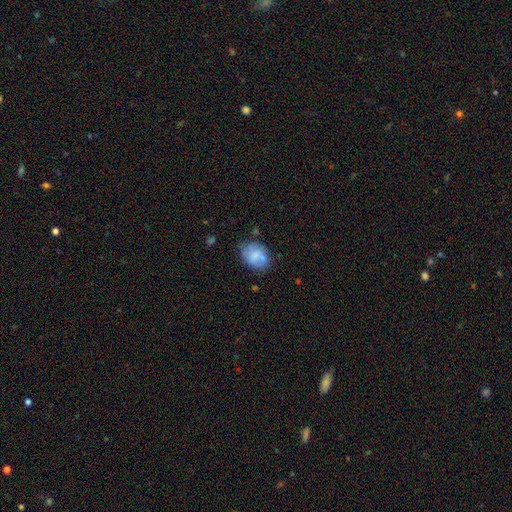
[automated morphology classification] Smooth or featured? smooth (66%)
How rounded? in between (56%)
Merging? none (53%)